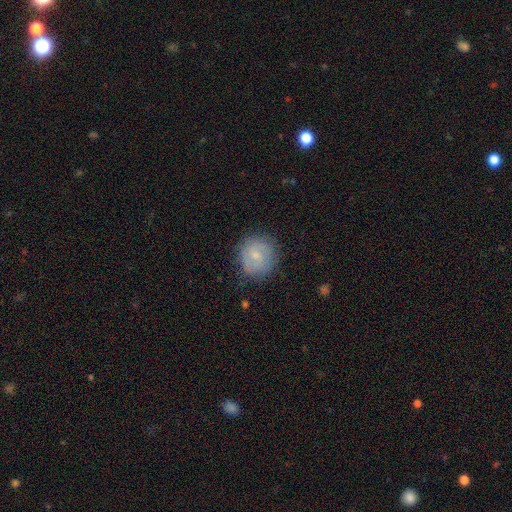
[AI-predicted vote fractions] Smooth or featured?
  - smooth: 55% *
  - featured or disk: 37%
  - star or artifact: 7%
How rounded?
  - round: 88% *
  - in between: 11%
  - cigar-shaped: 1%
Merging?
  - none: 78% *
  - minor disturbance: 16%
  - major disturbance: 5%
  - merger: 1%